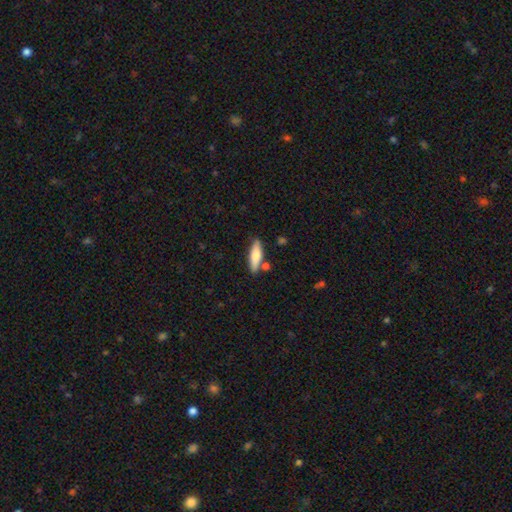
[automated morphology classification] smooth_or_featured: smooth (p=0.69) [alt: featured or disk p=0.25]
how_rounded: cigar-shaped (p=0.57) [alt: in between p=0.41]
merging: none (p=0.77) [alt: minor disturbance p=0.12]